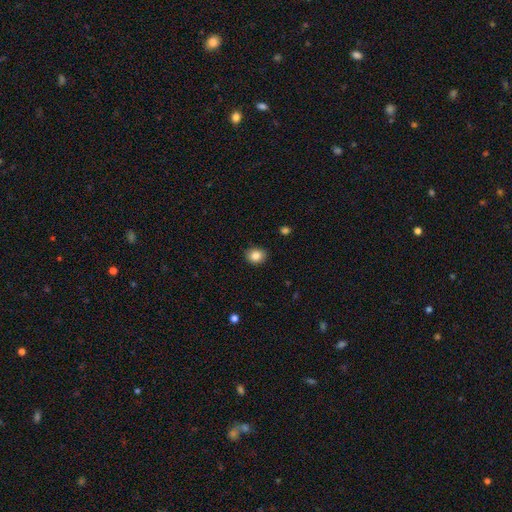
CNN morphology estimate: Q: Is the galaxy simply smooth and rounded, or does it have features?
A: smooth — 85%.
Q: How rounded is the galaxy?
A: round — 67%.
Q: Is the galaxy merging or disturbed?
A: none — 87%.